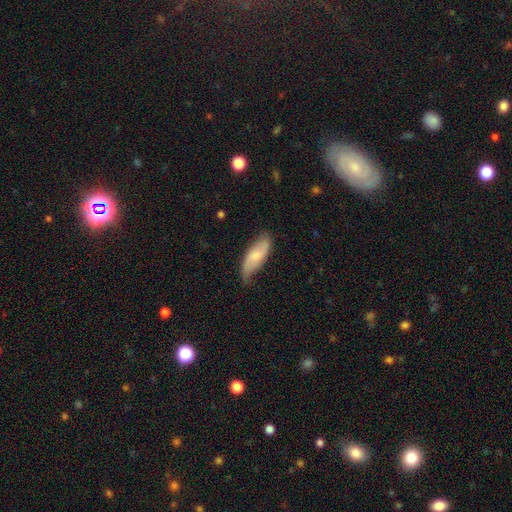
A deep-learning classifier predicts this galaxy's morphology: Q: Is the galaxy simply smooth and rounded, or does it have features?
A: smooth — 51%.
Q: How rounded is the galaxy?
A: in between — 67%.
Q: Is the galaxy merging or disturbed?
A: none — 64%.